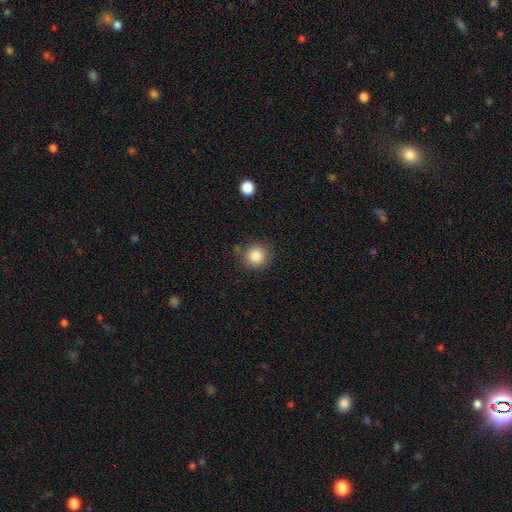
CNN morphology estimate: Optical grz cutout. It shows a smooth galaxy with no disk features (84%) that is round (90%). Merging: none (83%).